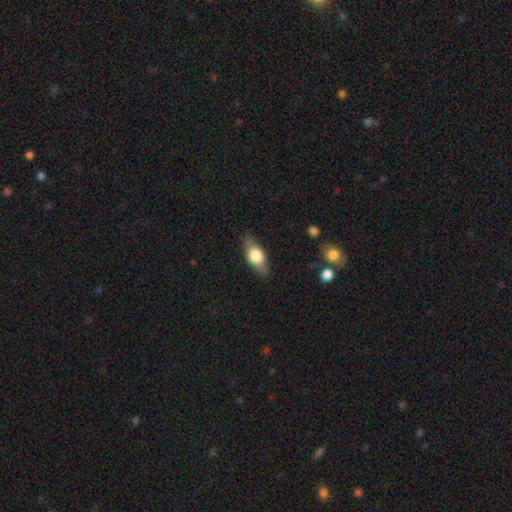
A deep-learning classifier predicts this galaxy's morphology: A smooth galaxy with no disk features (60%) that is in between round and cigar-shaped (77%). Merging: none (82%).